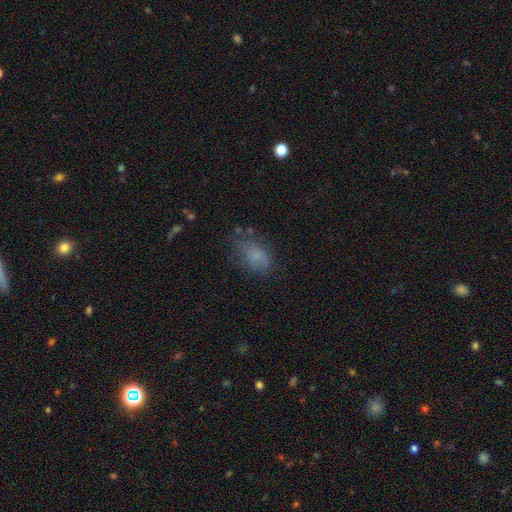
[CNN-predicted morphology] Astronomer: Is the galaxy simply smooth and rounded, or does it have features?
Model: smooth — 76%.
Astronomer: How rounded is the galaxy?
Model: in between — 83%.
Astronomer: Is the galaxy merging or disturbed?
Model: none — 57%.